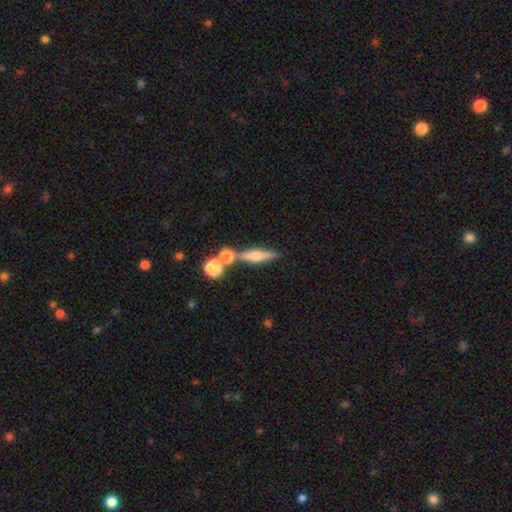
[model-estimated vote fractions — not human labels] A featured or disk galaxy (58%) viewed edge-on (95%) with a rounded central bulge (88%).

Vote fractions:
- Smooth or featured? featured or disk: 58% / smooth: 32% / star or artifact: 10%
- Edge-on disk? yes: 95% / no: 5%
- Edge-on bulge? rounded: 88% / boxy: 7% / none: 5%
- Merging? none: 71% / merger: 16% / minor disturbance: 9% / major disturbance: 3%